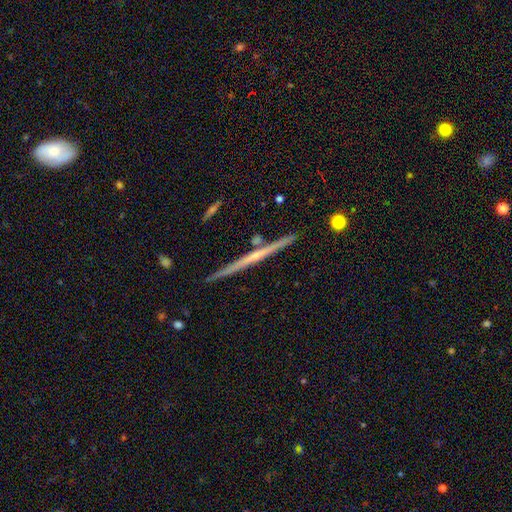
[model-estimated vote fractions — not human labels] smooth-or-featured: featured or disk: 71% | smooth: 23% | star or artifact: 6%
  disk-edge-on: yes: 98% | no: 2%
    edge-on-bulge: none: 66% | rounded: 29% | boxy: 6%
  merging: none: 90% | minor disturbance: 6% | merger: 2% | major disturbance: 1%